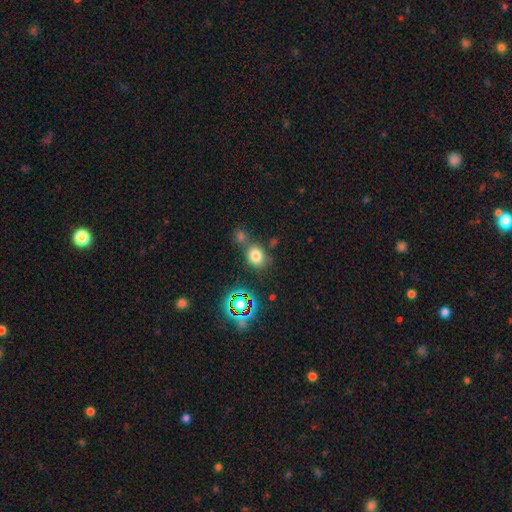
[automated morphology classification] Smooth or featured? smooth (75%)
How rounded? round (60%)
Merging? none (64%)